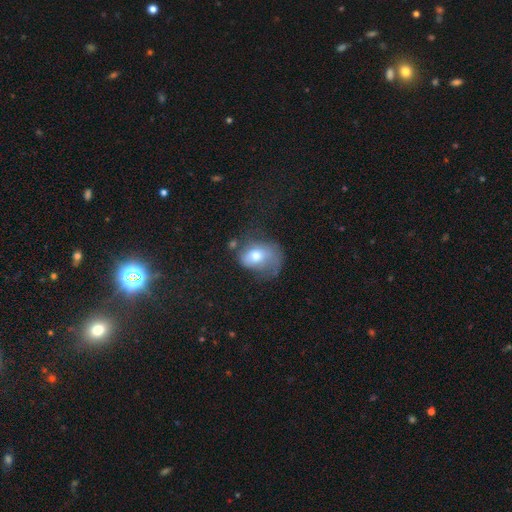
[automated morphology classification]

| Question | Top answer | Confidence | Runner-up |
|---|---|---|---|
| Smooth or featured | smooth | 62% | featured or disk (29%) |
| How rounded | in between | 62% | round (36%) |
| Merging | major disturbance | 41% | minor disturbance (29%) |